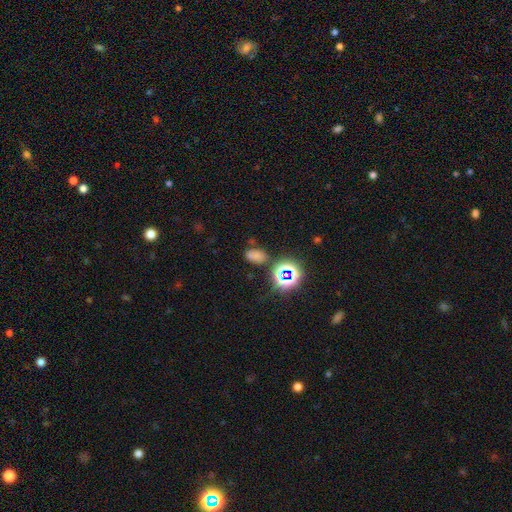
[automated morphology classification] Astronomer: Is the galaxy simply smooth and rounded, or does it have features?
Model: smooth — 60%.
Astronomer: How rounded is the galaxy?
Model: in between — 84%.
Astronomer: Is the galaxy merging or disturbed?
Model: none — 66%.